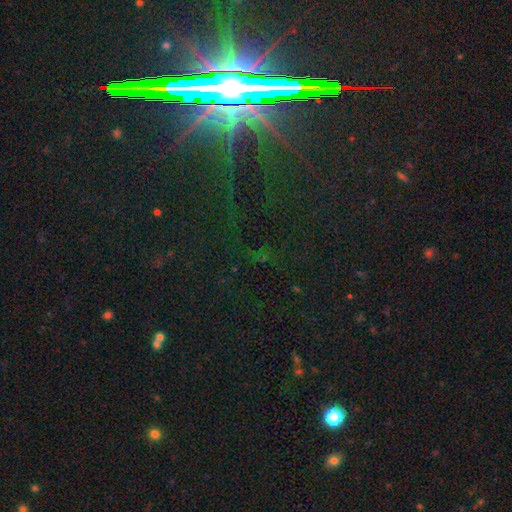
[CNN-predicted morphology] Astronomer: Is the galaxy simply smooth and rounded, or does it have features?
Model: star or artifact — 78%.